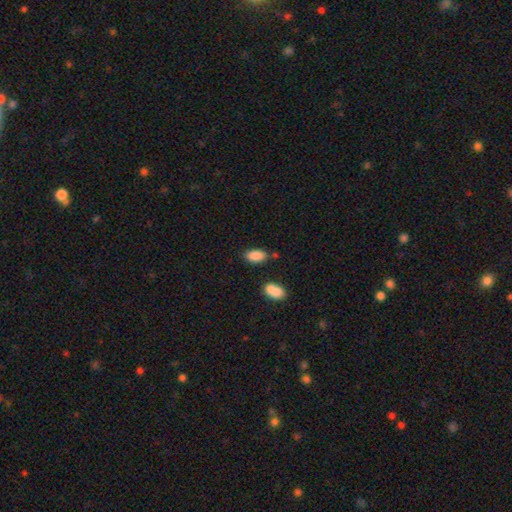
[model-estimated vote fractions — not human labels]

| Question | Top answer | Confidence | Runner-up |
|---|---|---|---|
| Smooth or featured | smooth | 87% | star or artifact (8%) |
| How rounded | in between | 92% | cigar-shaped (4%) |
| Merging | none | 72% | minor disturbance (15%) |